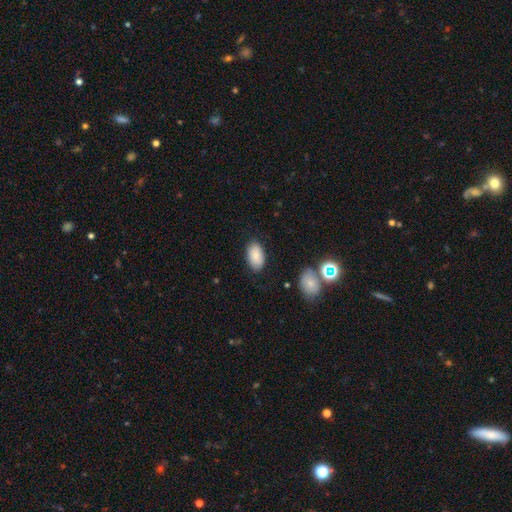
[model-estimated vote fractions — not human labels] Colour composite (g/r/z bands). It shows a smooth galaxy with no disk features (85%) that is in between round and cigar-shaped (94%). Merging: none (84%).